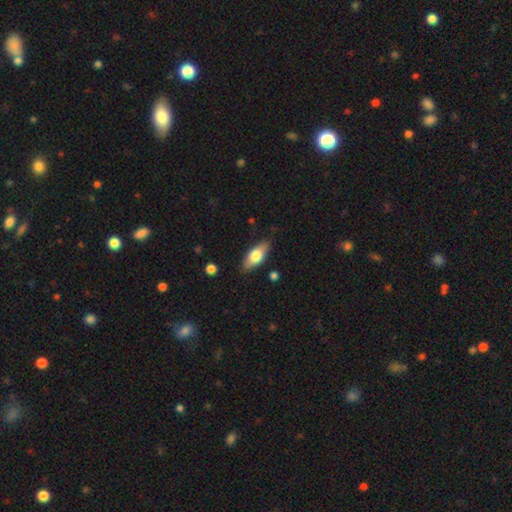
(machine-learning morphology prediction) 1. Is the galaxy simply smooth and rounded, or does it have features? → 70% smooth, 24% featured or disk, 6% star or artifact.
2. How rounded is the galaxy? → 83% in between, 14% cigar-shaped, 3% round.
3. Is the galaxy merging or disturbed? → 83% none, 13% minor disturbance, 3% major disturbance, 1% merger.